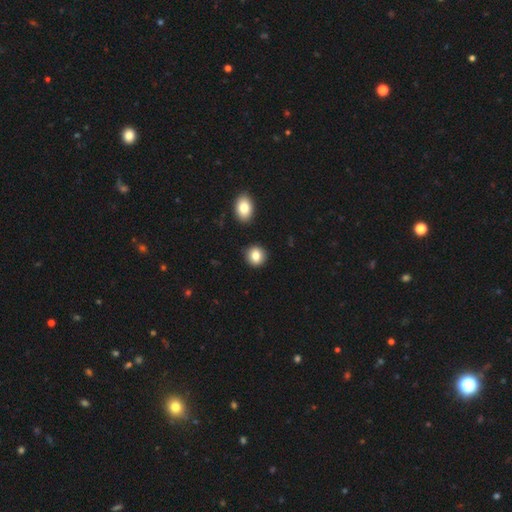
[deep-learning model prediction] Morphology: type=smooth (84%); roundness=round (85%); merging=none (88%).